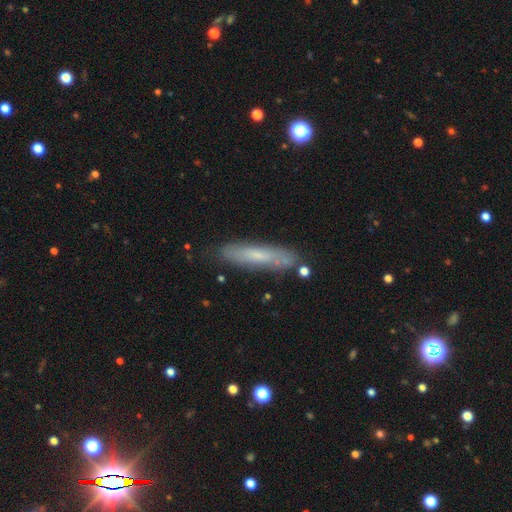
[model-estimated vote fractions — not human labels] This is possibly a smooth galaxy (57%). How rounded: clearly cigar-shaped (82%). Merging: clearly none (82%).